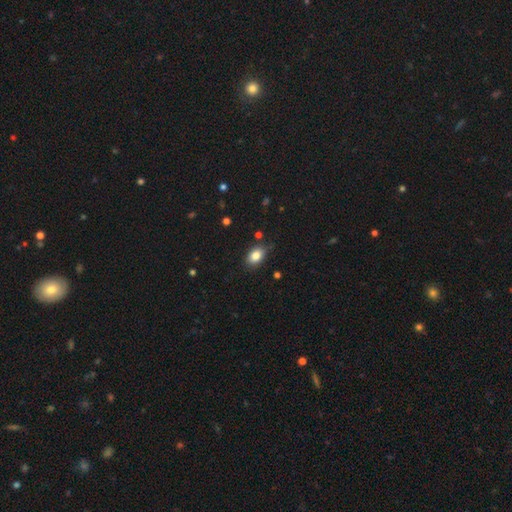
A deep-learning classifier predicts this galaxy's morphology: Q: Smooth or featured?
A: smooth (83%); runner-up: star or artifact (9%)
Q: How rounded?
A: in between (82%); runner-up: round (17%)
Q: Merging?
A: none (76%); runner-up: minor disturbance (19%)